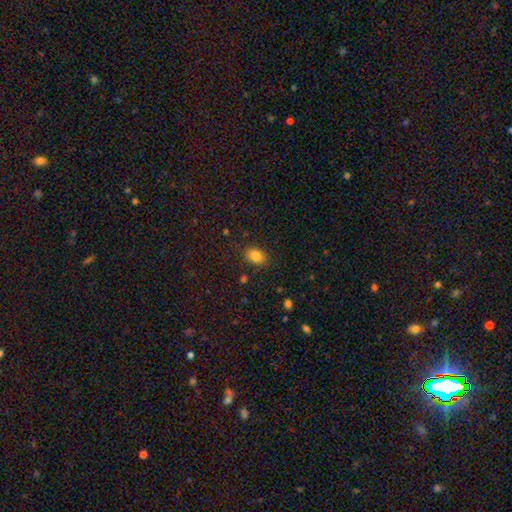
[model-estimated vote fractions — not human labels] smooth 83%, star or artifact 10%, featured or disk 7%. Down the decision tree: how rounded — in between (71%); merging — none (84%).